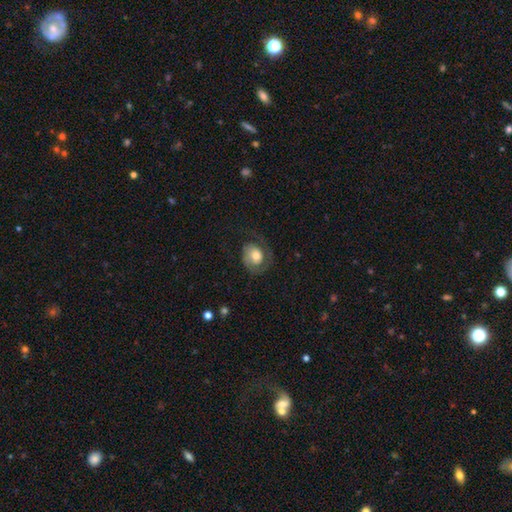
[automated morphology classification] smooth_or_featured: featured or disk (p=0.55) [alt: smooth p=0.39]
disk_edge_on: no (p=0.97) [alt: yes p=0.03]
bar: no (p=0.76) [alt: weak p=0.20]
has_spiral_arms: yes (p=0.84) [alt: no p=0.16]
bulge_size: moderate (p=0.61) [alt: large p=0.22]
merging: none (p=0.52) [alt: major disturbance p=0.26]